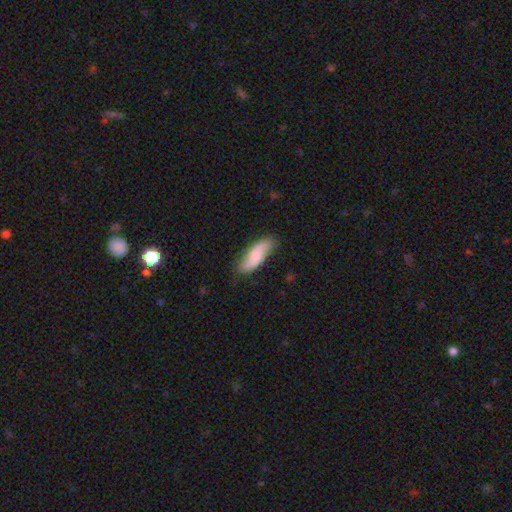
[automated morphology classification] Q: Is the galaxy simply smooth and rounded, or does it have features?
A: smooth — 62%.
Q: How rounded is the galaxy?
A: in between — 64%.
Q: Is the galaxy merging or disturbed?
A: none — 77%.